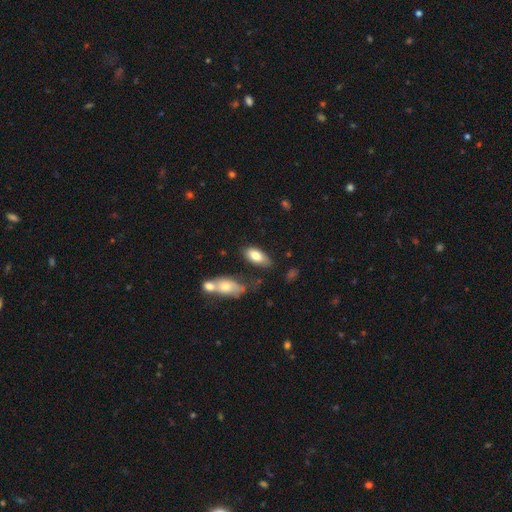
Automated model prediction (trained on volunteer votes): Smooth or featured? Predicted: smooth (p=0.78). How rounded? Predicted: in between (p=0.90). Merging? Predicted: none (p=0.61).